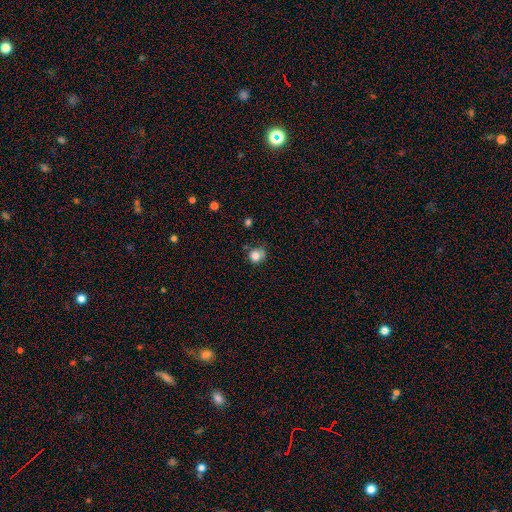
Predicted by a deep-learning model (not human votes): Smooth or featured? Predicted: smooth (p=0.81). How rounded? Predicted: round (p=0.76). Merging? Predicted: none (p=0.53).